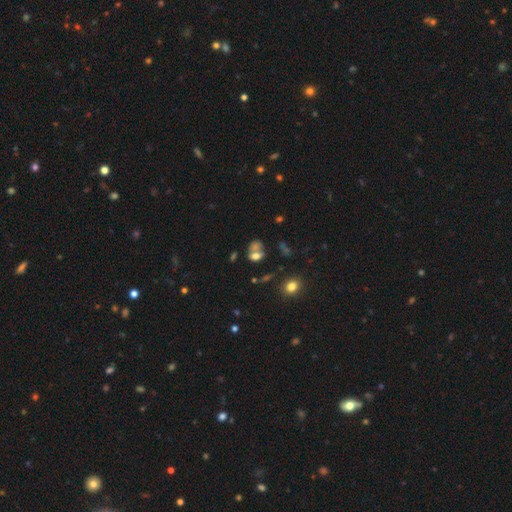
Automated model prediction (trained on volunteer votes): Smooth or featured?
  - smooth: 61% *
  - featured or disk: 22%
  - star or artifact: 16%
How rounded?
  - in between: 66% *
  - round: 31%
  - cigar-shaped: 3%
Merging?
  - merger: 47% *
  - none: 32%
  - minor disturbance: 12%
  - major disturbance: 9%